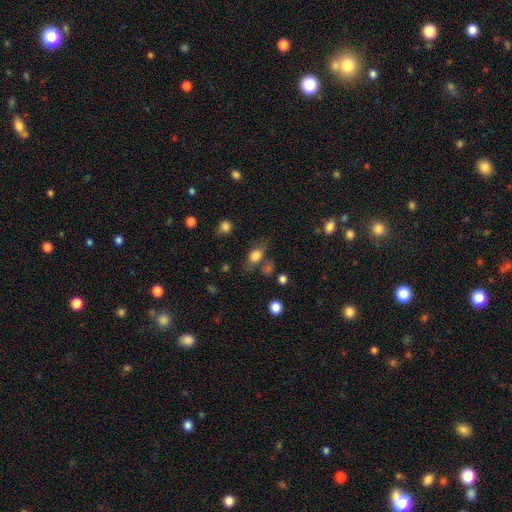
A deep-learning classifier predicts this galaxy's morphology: smooth 76%, featured or disk 13%, star or artifact 11%. Down the decision tree: how rounded — in between (73%); merging — none (60%).